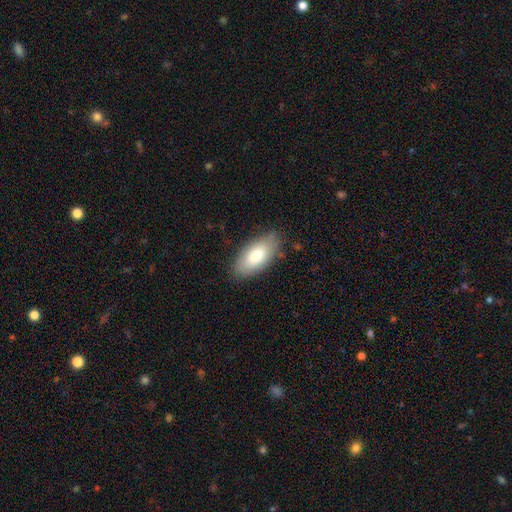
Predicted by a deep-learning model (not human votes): Smooth or featured? smooth (79%)
How rounded? in between (90%)
Merging? none (82%)